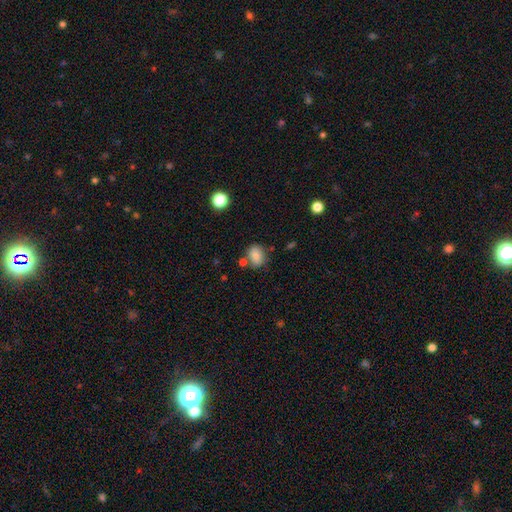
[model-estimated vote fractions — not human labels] Overall: smooth (81%). How rounded: in between (53%; round 46%). Merging: none (68%).